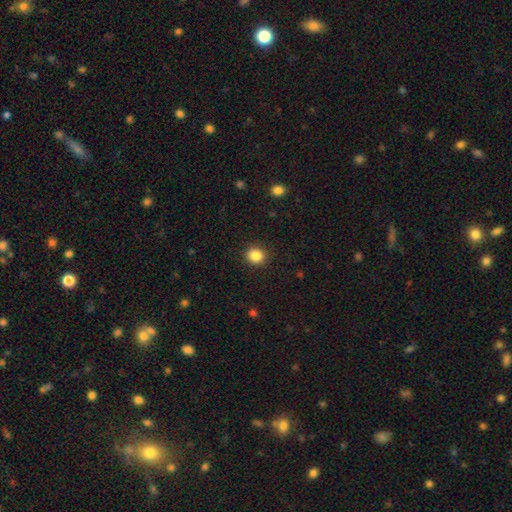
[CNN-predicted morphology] type=smooth (86%); roundness=round (79%); merging=none (90%).